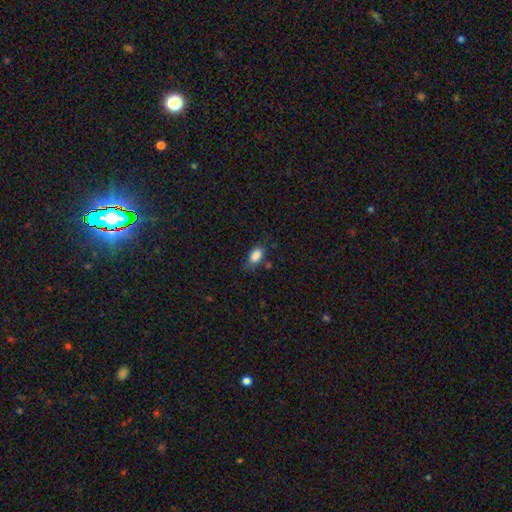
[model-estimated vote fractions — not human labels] Overall: smooth (86%). How rounded: in between (89%). Merging: none (63%; minor disturbance 25%).